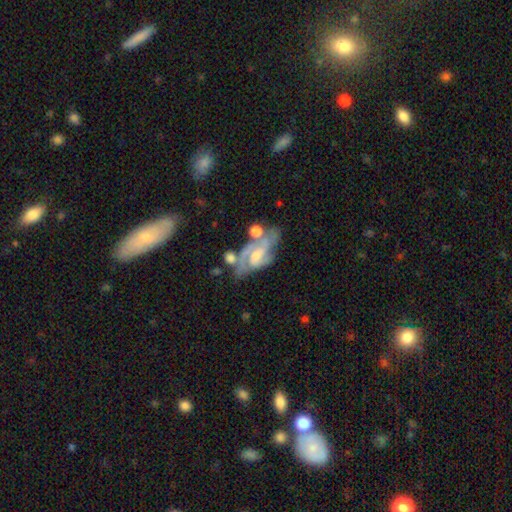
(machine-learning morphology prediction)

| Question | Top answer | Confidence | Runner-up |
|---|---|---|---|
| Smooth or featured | featured or disk | 83% | smooth (10%) |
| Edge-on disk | no | 95% | yes (5%) |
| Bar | weak | 46% | no (34%) |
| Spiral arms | yes | 95% | no (5%) |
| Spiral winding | medium | 51% | tight (33%) |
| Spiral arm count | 2 | 62% | 3 (19%) |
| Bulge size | small | 56% | moderate (35%) |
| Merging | none | 50% | minor disturbance (21%) |